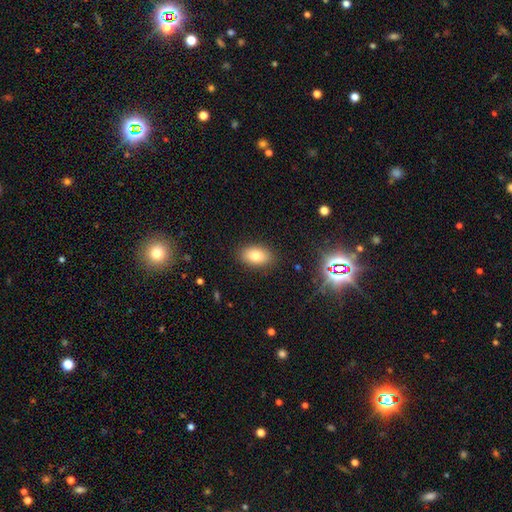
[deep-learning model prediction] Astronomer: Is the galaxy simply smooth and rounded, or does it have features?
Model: smooth — 80%.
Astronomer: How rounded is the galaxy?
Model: in between — 89%.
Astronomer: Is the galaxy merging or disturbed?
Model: none — 87%.